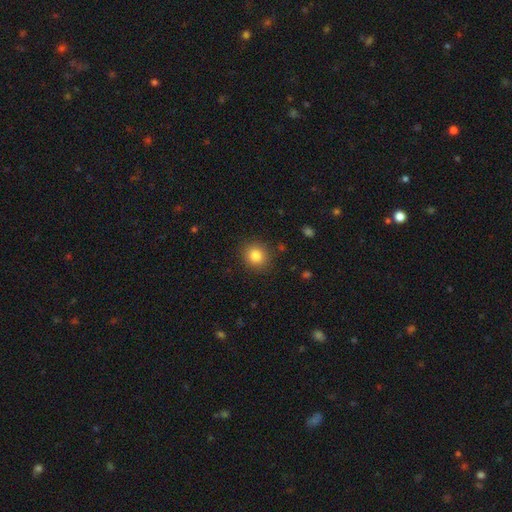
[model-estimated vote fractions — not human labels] Smooth or featured? smooth (83%)
How rounded? round (82%)
Merging? none (88%)